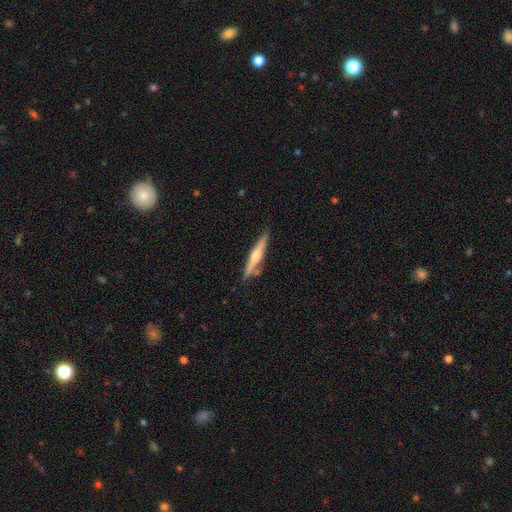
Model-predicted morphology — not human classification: Q: Smooth or featured?
A: featured or disk (60%); runner-up: smooth (34%)
Q: Edge-on disk?
A: yes (97%); runner-up: no (3%)
Q: Edge-on bulge?
A: rounded (84%); runner-up: none (8%)
Q: Merging?
A: none (79%); runner-up: minor disturbance (13%)